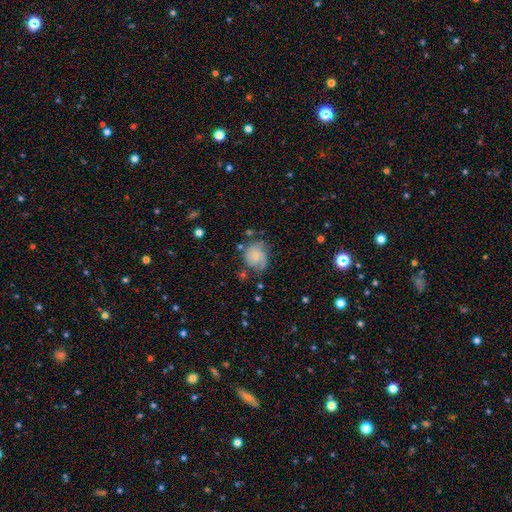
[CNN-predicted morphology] This is possibly a featured or disk galaxy (57%). It is clearly not viewed edge-on (98%). Bar: likely no (66%). Spiral arm pattern: clearly yes (84%). Central bulge: likely small (62%). Merging: possibly none (51%).